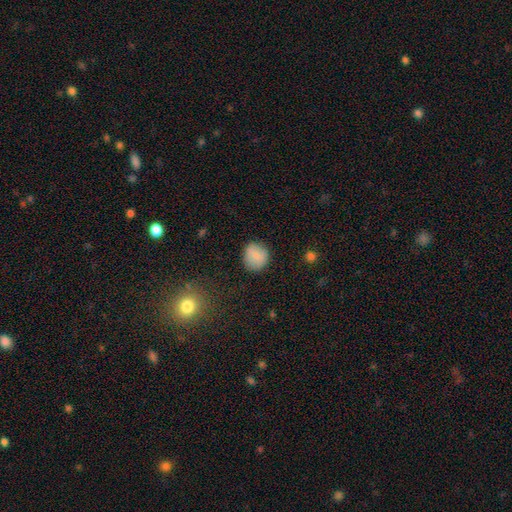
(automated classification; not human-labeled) This appears to be a smooth galaxy with no disk features (82%) that is round (83%). Merging: none (85%).